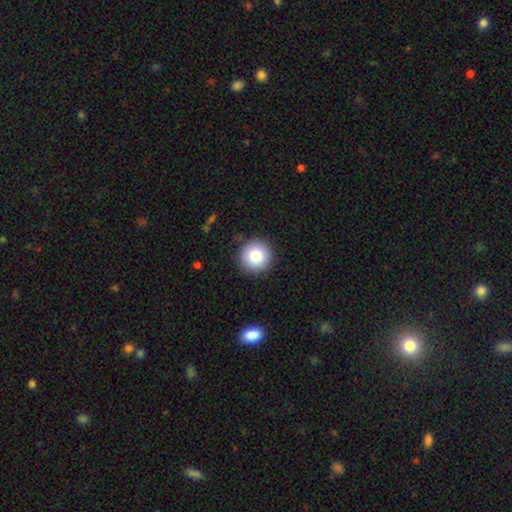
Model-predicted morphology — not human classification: This is likely a smooth galaxy (80%). How rounded: clearly round (95%). Merging: clearly none (90%).